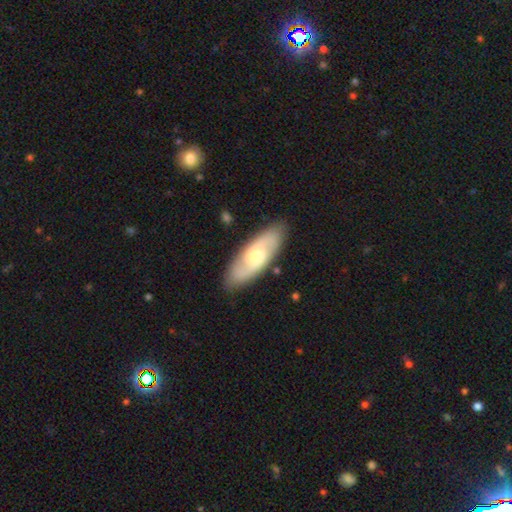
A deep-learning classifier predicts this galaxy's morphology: Smooth or featured: featured or disk — 57% (smooth — 38%)
Edge-on disk: no — 84% (yes — 16%)
Merging: none — 87% (minor disturbance — 9%)